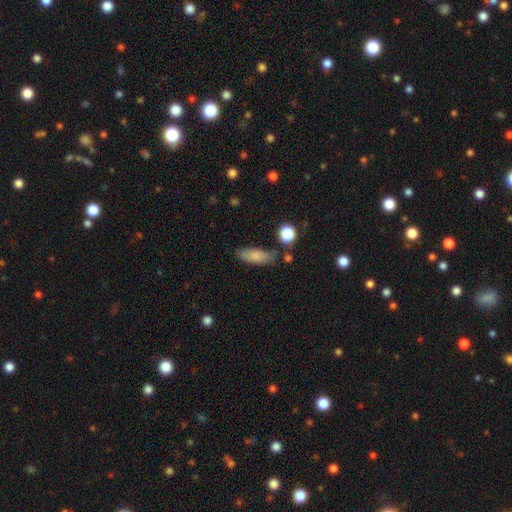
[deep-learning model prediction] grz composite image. It shows a smooth galaxy with no disk features (81%) that is in between round and cigar-shaped (67%). Merging: none (72%).